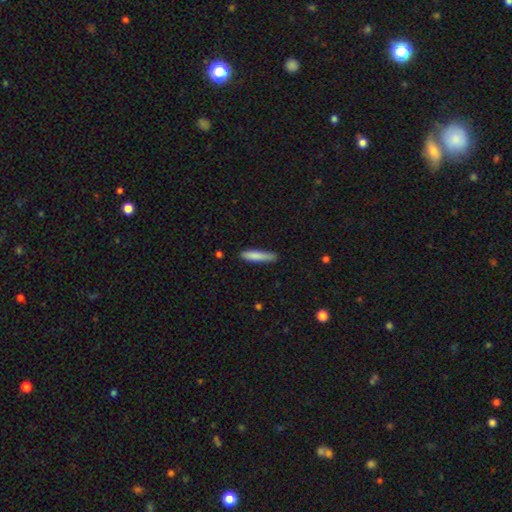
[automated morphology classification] The model was most divided on "merging": none: 75%, minor disturbance: 19%, major disturbance: 3%, merger: 2%. More confident: how rounded — cigar-shaped (86%); smooth or featured — smooth (82%).